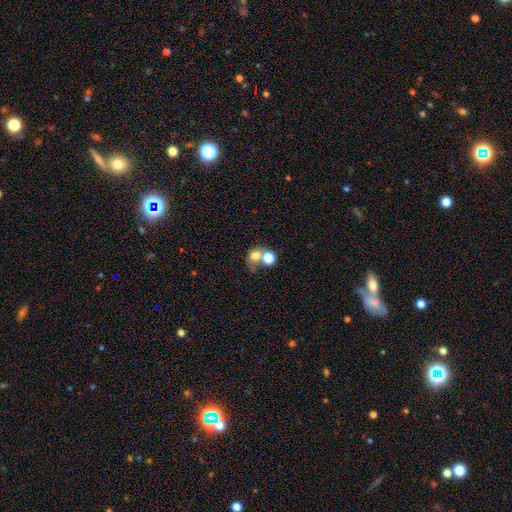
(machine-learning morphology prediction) smooth_or_featured: smooth (p=0.70) [alt: featured or disk p=0.17]
how_rounded: round (p=0.66) [alt: in between p=0.33]
merging: merger (p=0.54) [alt: none p=0.31]